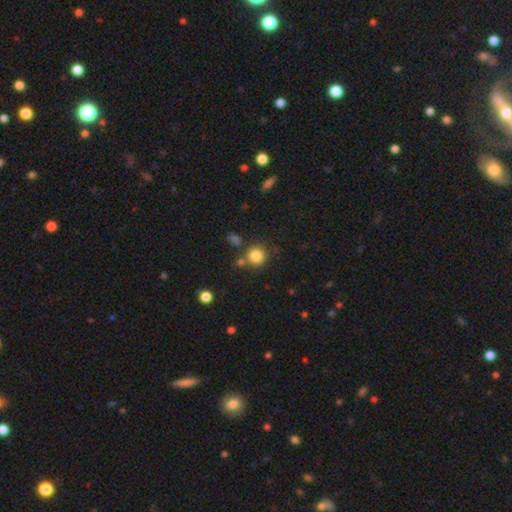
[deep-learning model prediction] The model was most divided on "merging": none: 74%, merger: 12%, minor disturbance: 10%, major disturbance: 4%. More confident: how rounded — round (91%); smooth or featured — smooth (83%).